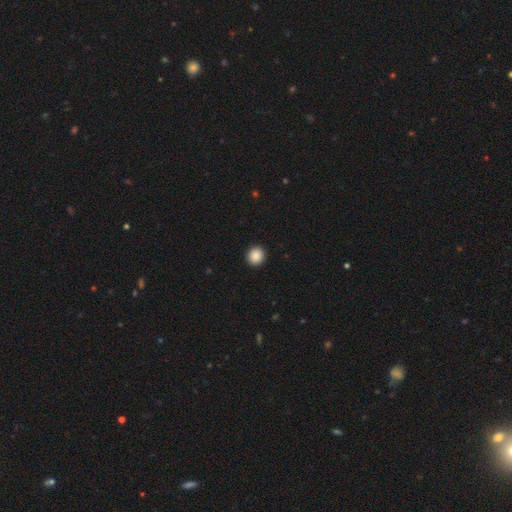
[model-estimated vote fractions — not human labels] Smooth or featured: smooth — 89% (star or artifact — 9%)
How rounded: round — 89% (in between — 10%)
Merging: none — 93% (minor disturbance — 4%)